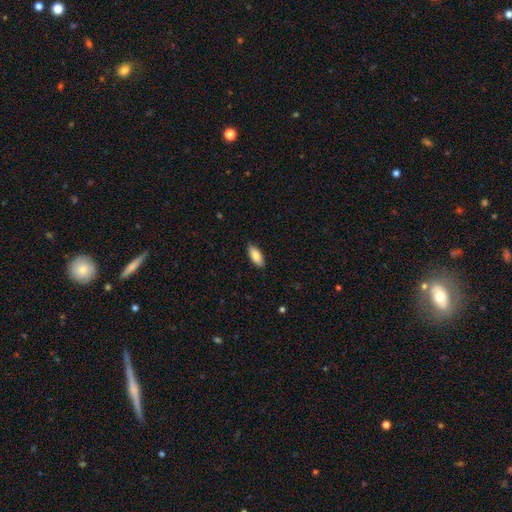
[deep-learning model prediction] A smooth galaxy with no disk features (83%) that is in between round and cigar-shaped (85%).

Vote fractions:
- Smooth or featured? smooth: 83% / featured or disk: 10% / star or artifact: 6%
- How rounded? in between: 85% / cigar-shaped: 13% / round: 2%
- Merging? none: 87% / minor disturbance: 10% / major disturbance: 2% / merger: 1%